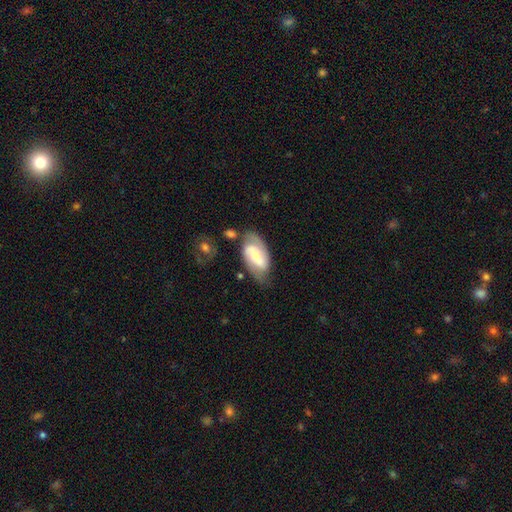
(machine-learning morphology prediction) Smooth or featured: featured or disk — 71% (smooth — 23%)
Edge-on disk: no — 95% (yes — 5%)
Bar: weak — 40% (strong — 36%)
Spiral arms: yes — 91% (no — 9%)
Spiral winding: medium — 46% (tight — 31%)
Spiral arm count: 2 — 85% (can't tell — 8%)
Bulge size: small — 55% (moderate — 35%)
Merging: none — 67% (minor disturbance — 20%)